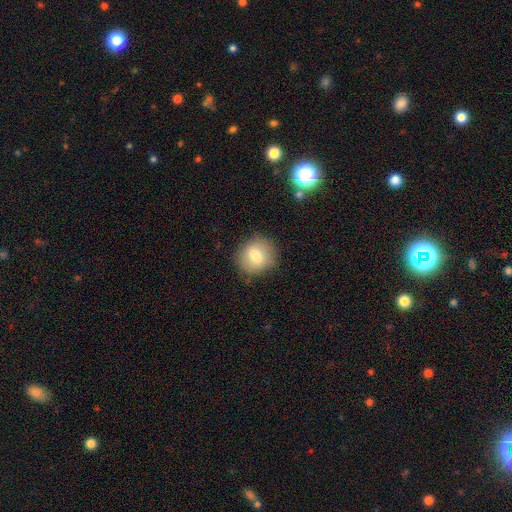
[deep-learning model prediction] Smooth or featured: smooth — 75% (featured or disk — 17%)
How rounded: round — 82% (in between — 17%)
Merging: none — 83% (minor disturbance — 12%)